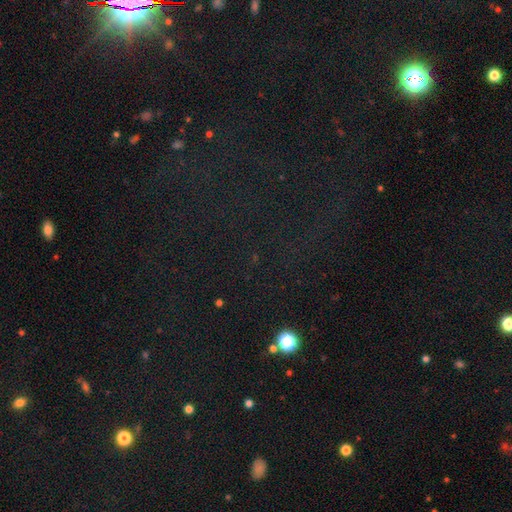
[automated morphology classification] Q: Smooth or featured?
A: star or artifact (72%); runner-up: smooth (18%)